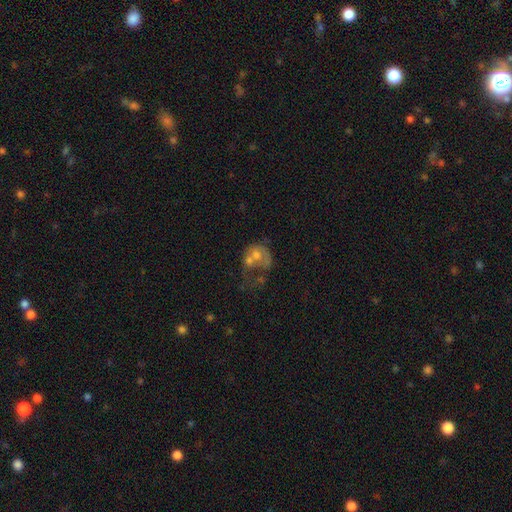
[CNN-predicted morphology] featured or disk 51%, smooth 37%, star or artifact 11%. Down the decision tree: edge-on disk — no (97%); merging — merger (46%).